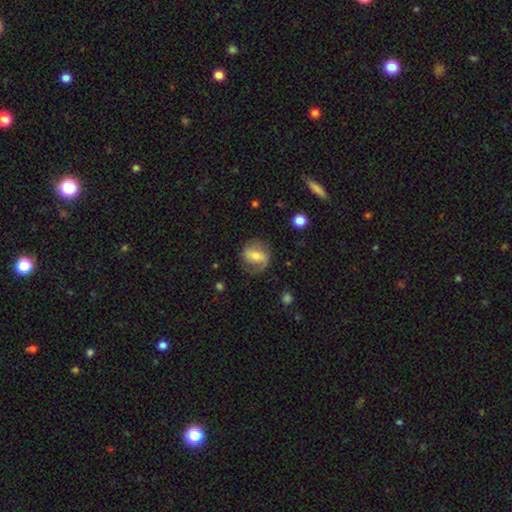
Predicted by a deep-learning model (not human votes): Morphology: type=featured or disk (49%); merging=none (71%).